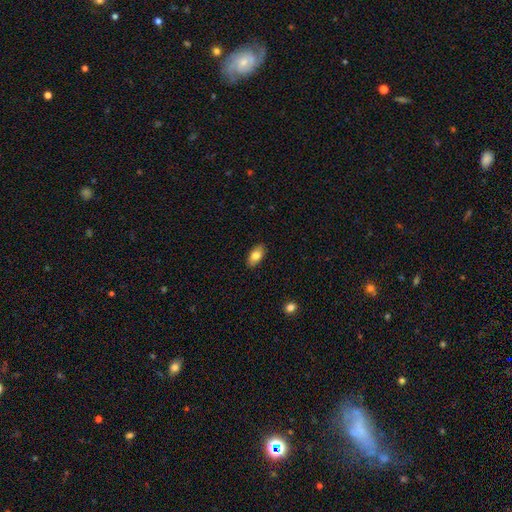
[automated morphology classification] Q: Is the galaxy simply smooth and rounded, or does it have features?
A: smooth — 80%.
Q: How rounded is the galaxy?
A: in between — 92%.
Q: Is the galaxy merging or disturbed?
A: none — 88%.